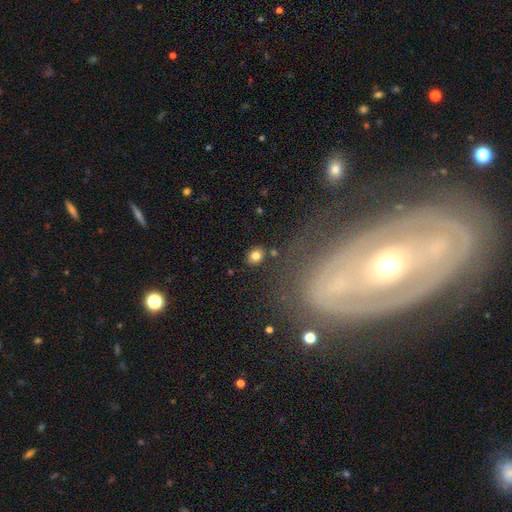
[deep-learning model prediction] This is clearly a smooth galaxy (80%). How rounded: possibly round (56%). Merging: clearly none (84%).